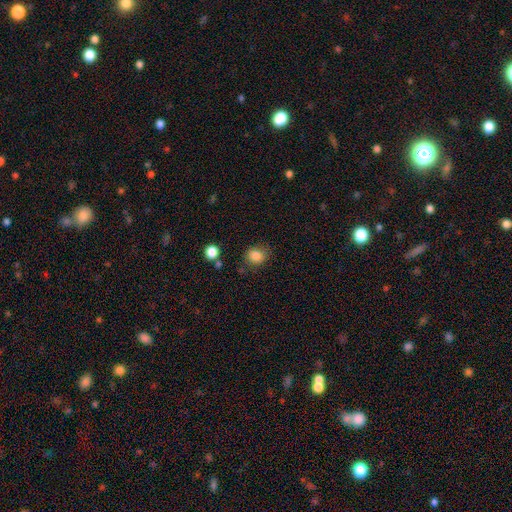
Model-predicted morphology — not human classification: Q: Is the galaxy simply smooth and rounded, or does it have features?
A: smooth — 85%.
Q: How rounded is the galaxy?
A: round — 71%.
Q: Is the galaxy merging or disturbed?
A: none — 75%.